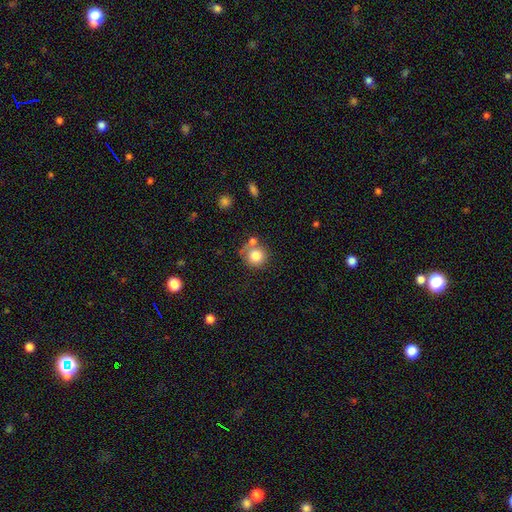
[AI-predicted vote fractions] A smooth galaxy with no disk features (80%) that is round (89%).

Vote fractions:
- Smooth or featured? smooth: 80% / featured or disk: 11% / star or artifact: 9%
- How rounded? round: 89% / in between: 10% / cigar-shaped: 1%
- Merging? none: 58% / merger: 22% / minor disturbance: 15% / major disturbance: 6%